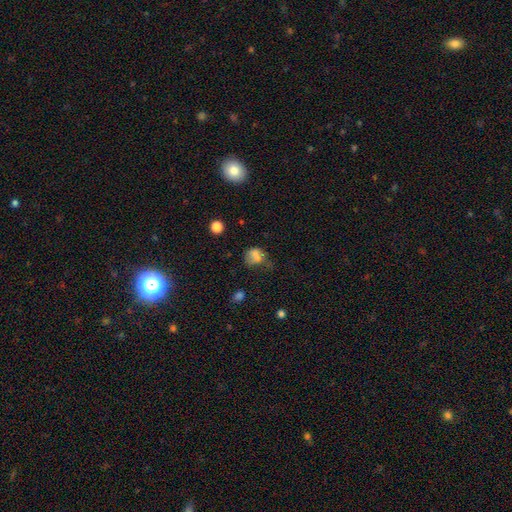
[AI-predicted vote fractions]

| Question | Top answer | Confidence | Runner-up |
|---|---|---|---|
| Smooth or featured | smooth | 70% | star or artifact (15%) |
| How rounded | round | 55% | in between (44%) |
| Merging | none | 32% | minor disturbance (28%) |